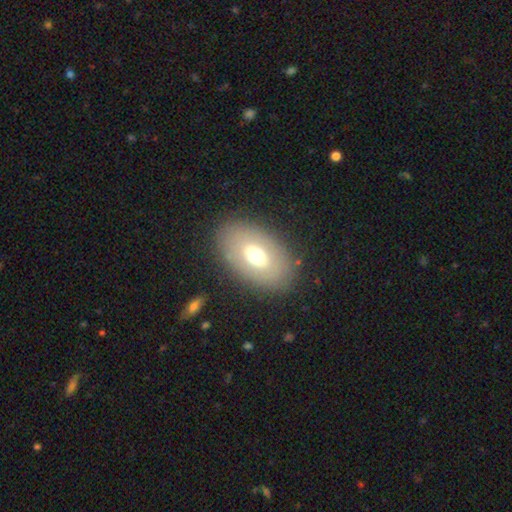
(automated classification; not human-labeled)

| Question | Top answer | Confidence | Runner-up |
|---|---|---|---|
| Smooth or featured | smooth | 59% | featured or disk (33%) |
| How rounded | in between | 89% | round (10%) |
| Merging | none | 84% | minor disturbance (10%) |